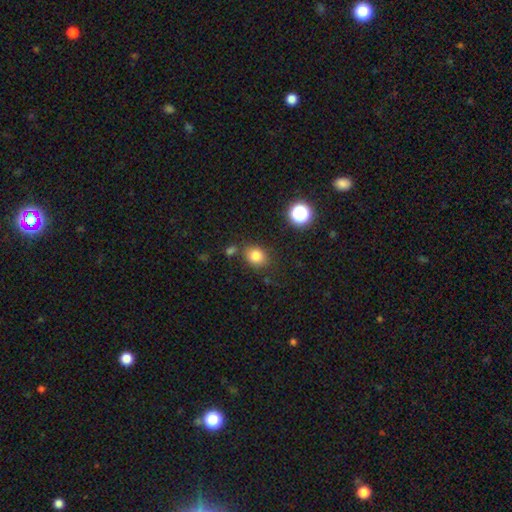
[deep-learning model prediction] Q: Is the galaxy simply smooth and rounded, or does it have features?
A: smooth — 81%.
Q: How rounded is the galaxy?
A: round — 59%.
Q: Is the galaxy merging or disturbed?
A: none — 77%.